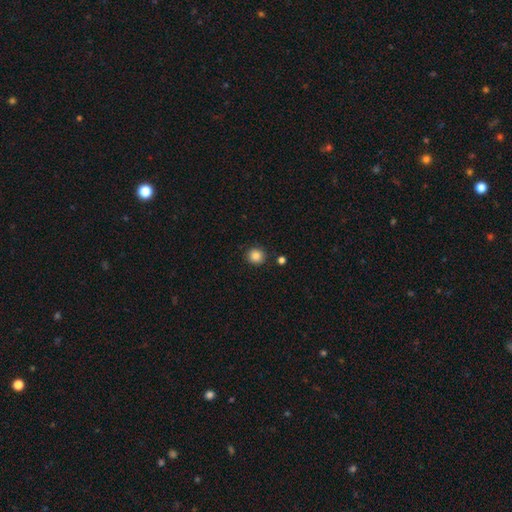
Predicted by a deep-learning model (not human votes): This is clearly a smooth galaxy (86%). How rounded: clearly round (90%). Merging: clearly none (88%).